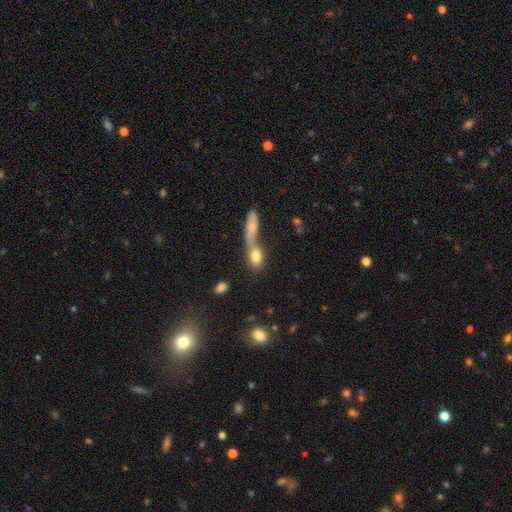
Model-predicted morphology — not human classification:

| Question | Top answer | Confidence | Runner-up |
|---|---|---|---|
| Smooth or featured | smooth | 75% | featured or disk (15%) |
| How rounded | in between | 67% | round (18%) |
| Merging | merger | 58% | none (28%) |